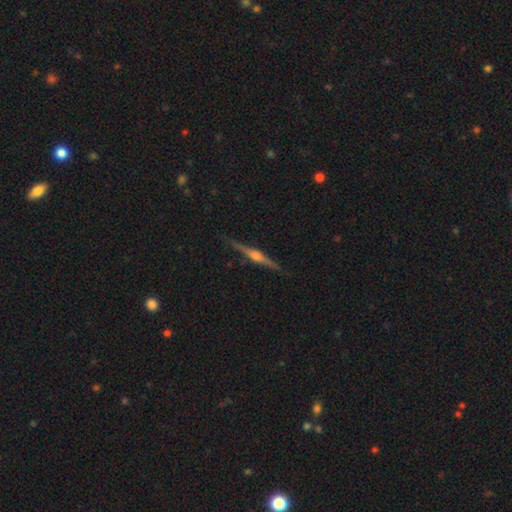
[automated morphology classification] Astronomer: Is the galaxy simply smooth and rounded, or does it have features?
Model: featured or disk — 84%.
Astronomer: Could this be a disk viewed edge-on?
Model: yes — 98%.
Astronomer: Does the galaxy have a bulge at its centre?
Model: rounded — 91%.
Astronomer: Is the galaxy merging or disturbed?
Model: none — 90%.